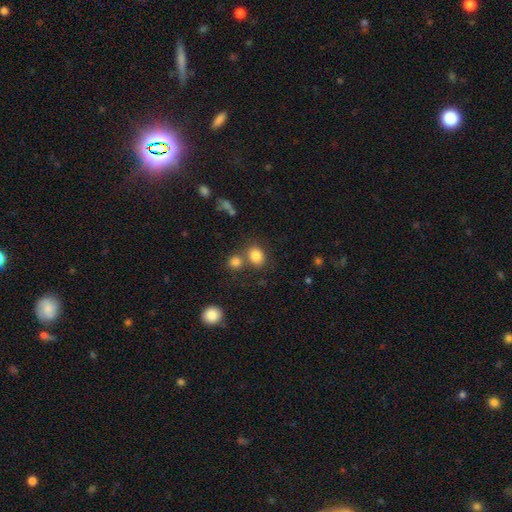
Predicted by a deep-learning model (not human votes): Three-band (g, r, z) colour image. It shows a smooth galaxy with no disk features (82%) that is round (55%). Merging: none (63%).